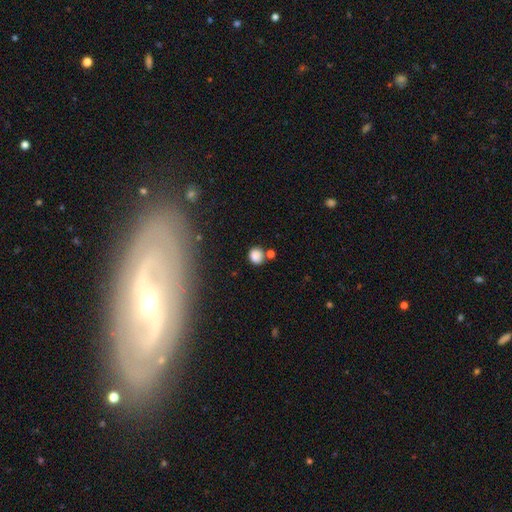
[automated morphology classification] smooth 83%, star or artifact 12%, featured or disk 6%. Down the decision tree: how rounded — round (83%); merging — none (70%).